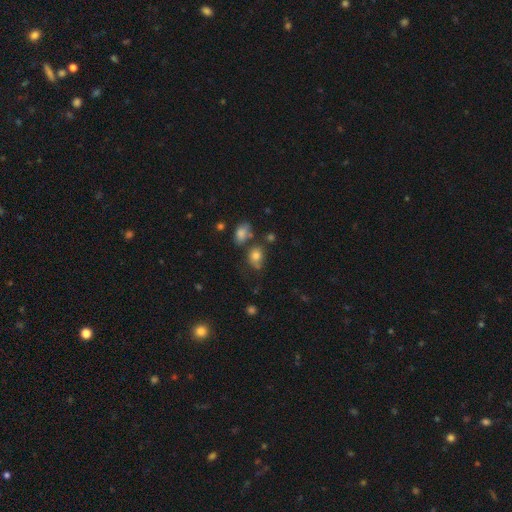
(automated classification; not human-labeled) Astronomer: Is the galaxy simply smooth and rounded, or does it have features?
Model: smooth — 78%.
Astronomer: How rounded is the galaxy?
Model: in between — 51% (runner-up: round, 48%).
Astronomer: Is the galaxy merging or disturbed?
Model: none — 54%.